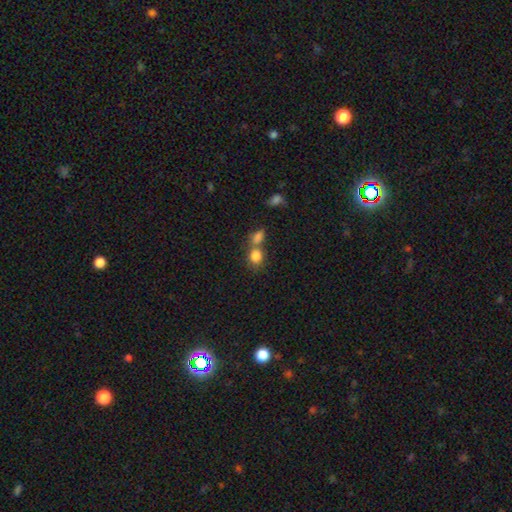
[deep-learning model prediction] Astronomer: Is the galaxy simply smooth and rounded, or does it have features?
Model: smooth — 83%.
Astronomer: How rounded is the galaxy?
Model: round — 60% (runner-up: in between, 38%).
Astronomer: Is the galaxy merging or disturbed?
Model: merger — 47% (runner-up: none, 40%).